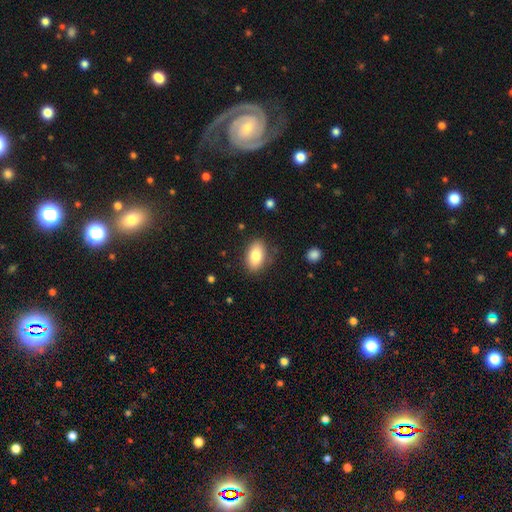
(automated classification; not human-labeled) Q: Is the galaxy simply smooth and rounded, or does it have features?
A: smooth — 83%.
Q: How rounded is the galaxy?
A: in between — 91%.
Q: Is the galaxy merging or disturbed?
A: none — 83%.